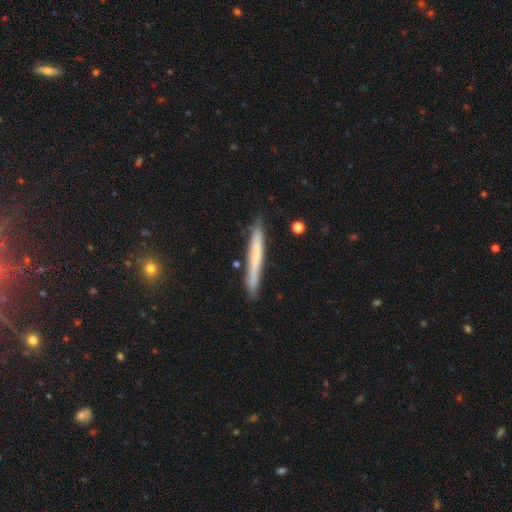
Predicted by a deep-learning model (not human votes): Smooth or featured: smooth — 56% (featured or disk — 38%)
How rounded: cigar-shaped — 96% (in between — 2%)
Merging: none — 83% (minor disturbance — 13%)